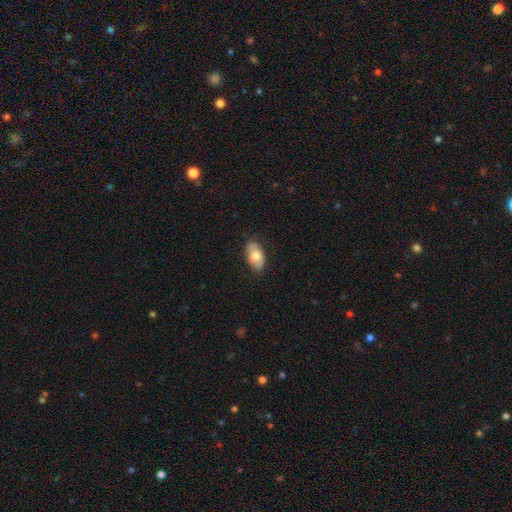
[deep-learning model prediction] Smooth or featured? Predicted: smooth (p=0.61). How rounded? Predicted: in between (p=0.92). Merging? Predicted: none (p=0.79).